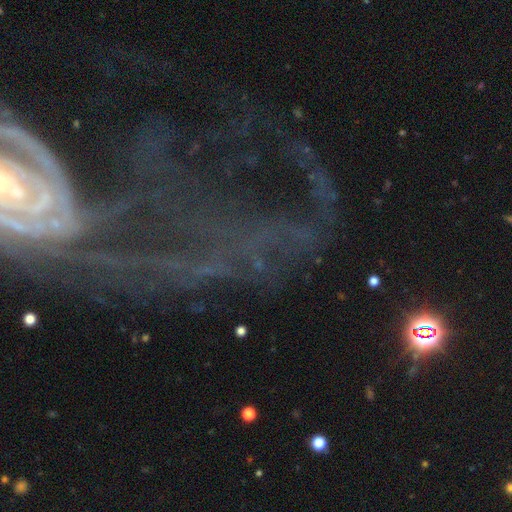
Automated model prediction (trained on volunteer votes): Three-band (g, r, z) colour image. It shows a featured or disk galaxy (66%) with no bar (49%), 2 (29%) tight (52%) spiral arms (84%) and a small central bulge (65%). Merging: none (47%).